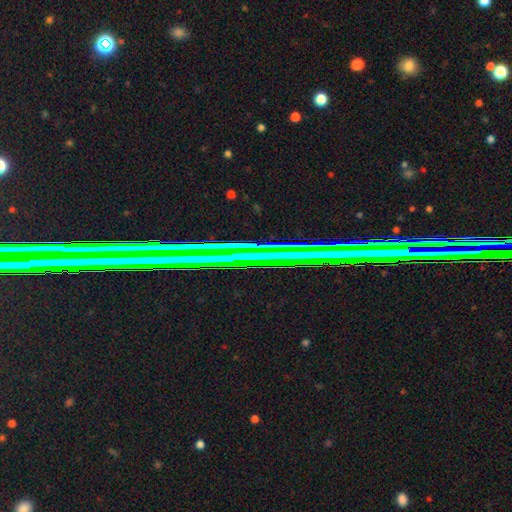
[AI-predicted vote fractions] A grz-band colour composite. It shows a star or artifact, not a galaxy (75%).